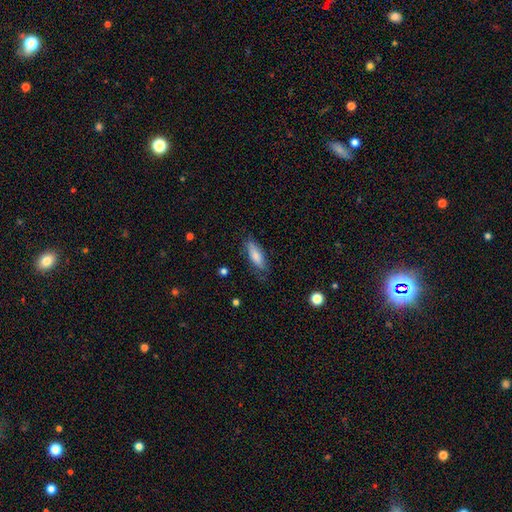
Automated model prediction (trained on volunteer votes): Smooth or featured: smooth — 77% (featured or disk — 17%)
How rounded: in between — 58% (cigar-shaped — 40%)
Merging: none — 74% (minor disturbance — 20%)